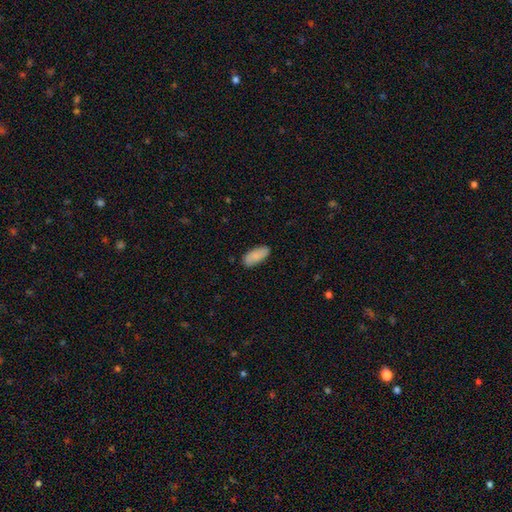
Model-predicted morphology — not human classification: smooth_or_featured: smooth (p=0.85) [alt: featured or disk p=0.09]
how_rounded: in between (p=0.86) [alt: cigar-shaped p=0.12]
merging: none (p=0.84) [alt: minor disturbance p=0.13]